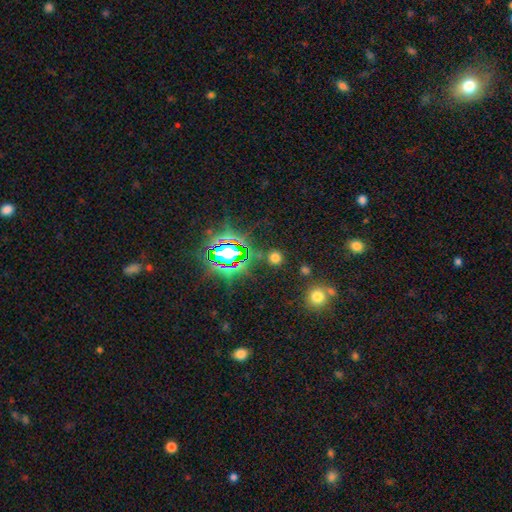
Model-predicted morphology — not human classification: Smooth or featured: star or artifact — 72% (smooth — 19%)